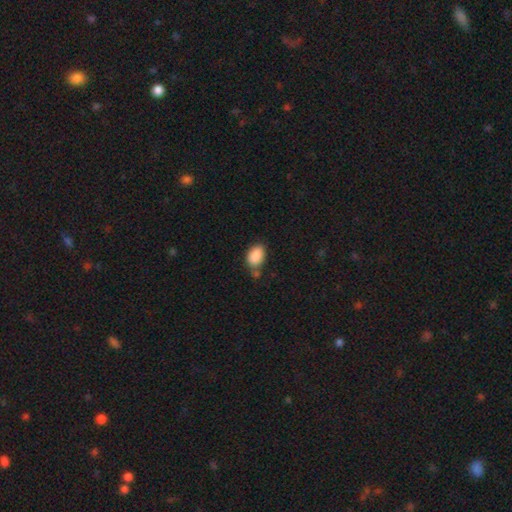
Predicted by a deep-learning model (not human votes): Q: Smooth or featured?
A: smooth (88%); runner-up: star or artifact (8%)
Q: How rounded?
A: in between (87%); runner-up: round (11%)
Q: Merging?
A: none (64%); runner-up: minor disturbance (20%)